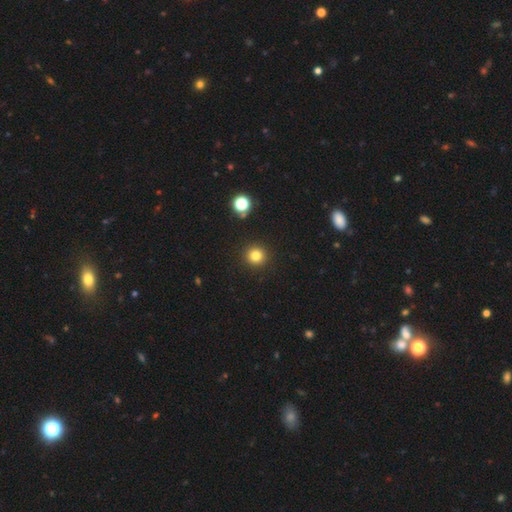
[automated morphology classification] type=smooth (81%); roundness=round (95%); merging=none (92%).